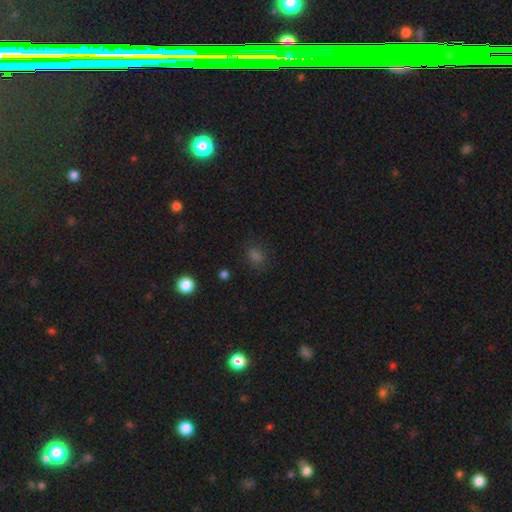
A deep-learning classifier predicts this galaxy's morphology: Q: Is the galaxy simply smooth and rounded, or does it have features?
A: smooth — 67%.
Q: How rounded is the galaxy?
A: round — 50%.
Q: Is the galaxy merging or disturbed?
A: none — 79%.